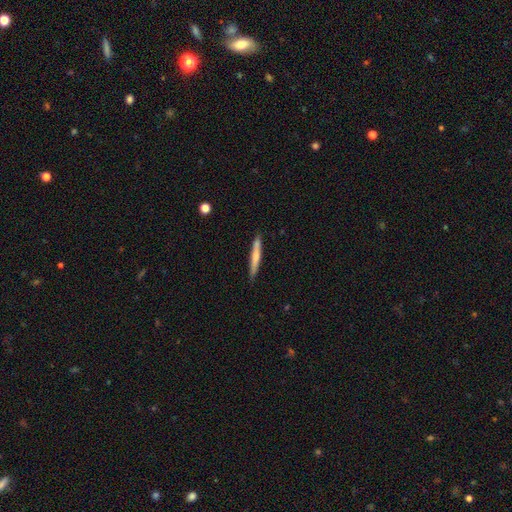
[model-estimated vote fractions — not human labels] Smooth or featured?
  - smooth: 60% *
  - featured or disk: 34%
  - star or artifact: 5%
How rounded?
  - cigar-shaped: 95% *
  - in between: 4%
  - round: 1%
Merging?
  - none: 85% *
  - minor disturbance: 11%
  - merger: 2%
  - major disturbance: 2%